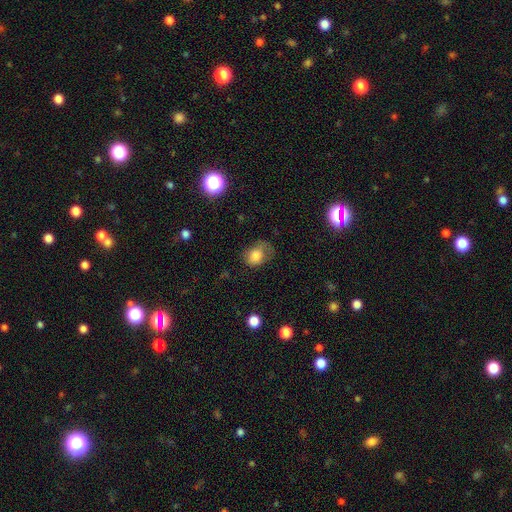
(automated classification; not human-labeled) Overall: smooth (77%). How rounded: in between (58%; round 41%). Merging: none (39%; minor disturbance 33%).